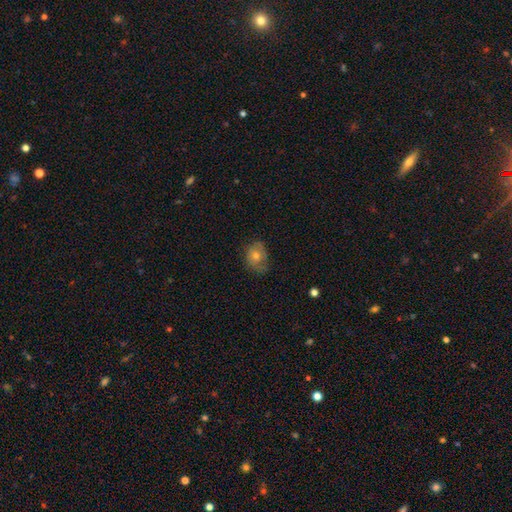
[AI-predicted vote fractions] The model was most divided on "how rounded": round: 50%, in between: 49%, cigar-shaped: 1%. More confident: merging — none (65%); smooth or featured — smooth (50%).